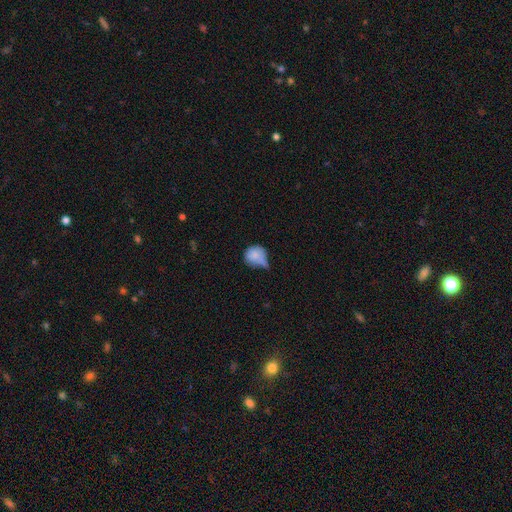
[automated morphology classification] smooth 79%, featured or disk 13%, star or artifact 9%. Down the decision tree: how rounded — round (76%); merging — minor disturbance (36%).